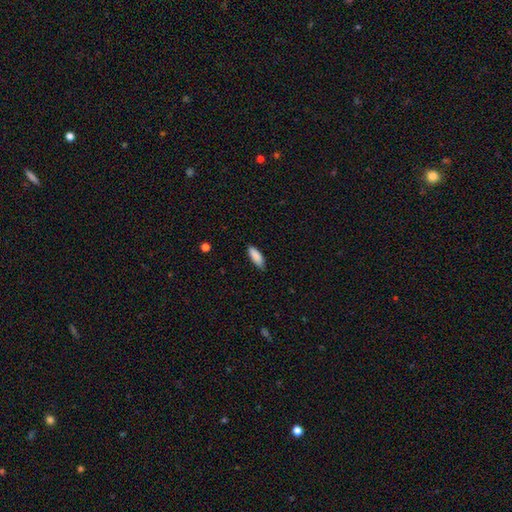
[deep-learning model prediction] smooth-or-featured: smooth: 89% | star or artifact: 6% | featured or disk: 5%
  how-rounded: in between: 68% | cigar-shaped: 30% | round: 2%
  merging: none: 83% | minor disturbance: 14% | major disturbance: 2% | merger: 1%